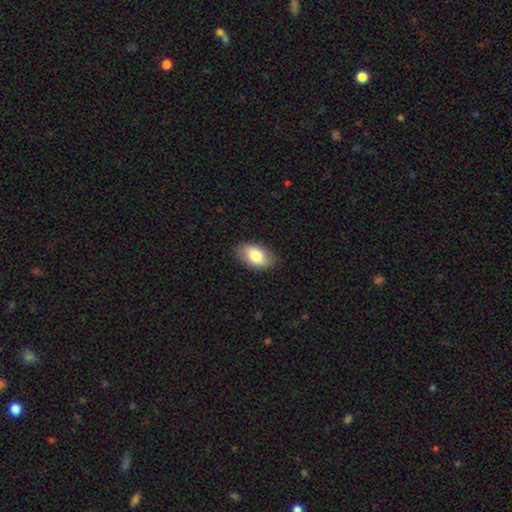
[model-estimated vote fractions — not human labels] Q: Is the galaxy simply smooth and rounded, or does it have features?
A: smooth — 81%.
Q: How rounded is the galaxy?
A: in between — 92%.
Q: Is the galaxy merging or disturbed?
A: none — 85%.